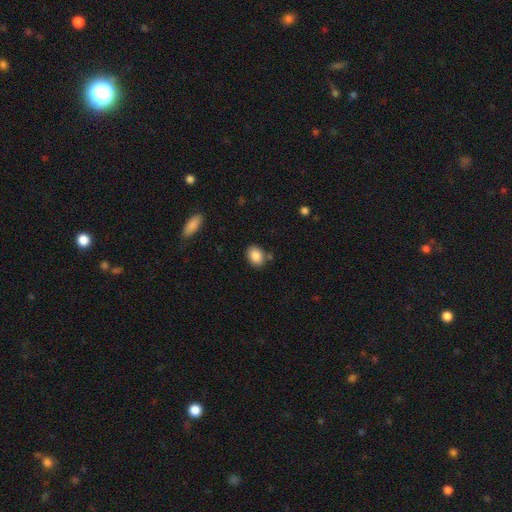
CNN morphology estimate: Smooth or featured? smooth (87%)
How rounded? in between (75%)
Merging? none (78%)